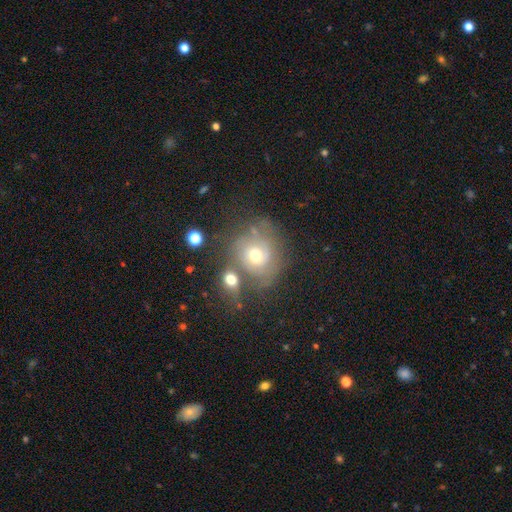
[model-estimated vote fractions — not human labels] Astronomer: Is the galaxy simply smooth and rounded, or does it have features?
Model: featured or disk — 57%.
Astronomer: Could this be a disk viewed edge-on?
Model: no — 97%.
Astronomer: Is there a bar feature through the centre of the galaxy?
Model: no — 78%.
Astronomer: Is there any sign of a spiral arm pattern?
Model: yes — 77%.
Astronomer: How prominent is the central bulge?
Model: moderate — 70%.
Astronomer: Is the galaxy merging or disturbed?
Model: none — 49%.